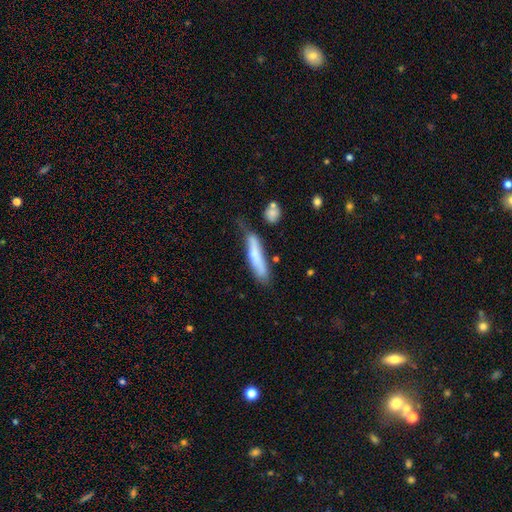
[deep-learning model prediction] smooth_or_featured: smooth (p=0.68) [alt: featured or disk p=0.25]
how_rounded: cigar-shaped (p=0.83) [alt: in between p=0.15]
merging: none (p=0.44) [alt: minor disturbance p=0.32]